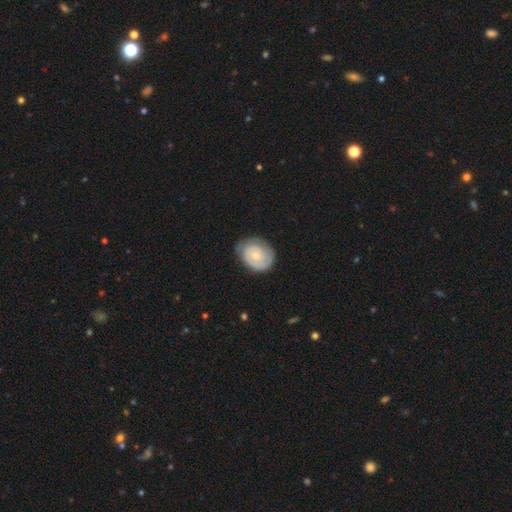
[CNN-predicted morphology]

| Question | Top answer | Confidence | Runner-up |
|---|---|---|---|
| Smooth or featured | featured or disk | 59% | smooth (35%) |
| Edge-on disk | no | 97% | yes (3%) |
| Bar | no | 80% | weak (18%) |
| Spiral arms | yes | 78% | no (22%) |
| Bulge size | small | 58% | moderate (37%) |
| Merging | none | 70% | minor disturbance (22%) |